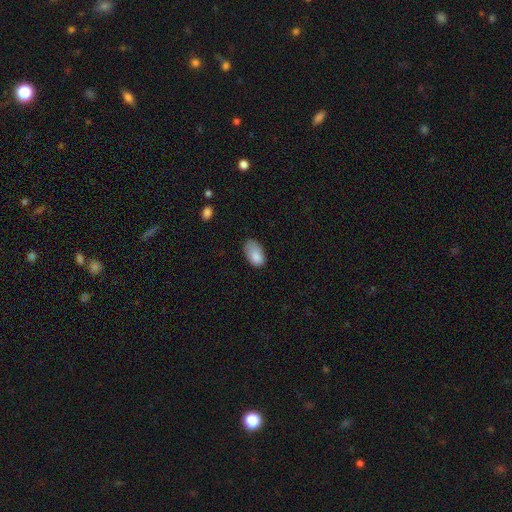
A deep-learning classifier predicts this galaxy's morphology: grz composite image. It shows a smooth galaxy with no disk features (84%) that is in between round and cigar-shaped (93%). Merging: none (52%).